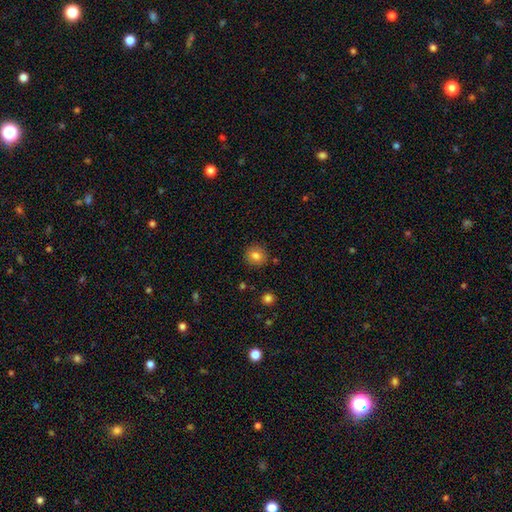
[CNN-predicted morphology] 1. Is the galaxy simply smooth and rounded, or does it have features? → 82% smooth, 10% star or artifact, 8% featured or disk.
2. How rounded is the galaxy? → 86% round, 13% in between, 1% cigar-shaped.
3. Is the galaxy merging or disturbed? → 88% none, 8% minor disturbance, 2% major disturbance, 2% merger.